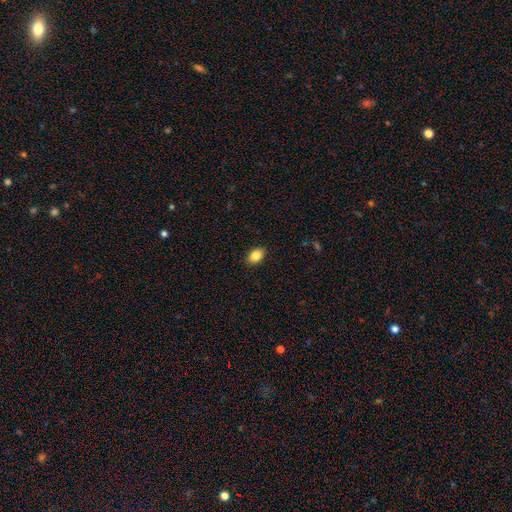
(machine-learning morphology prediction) Smooth or featured?
  - smooth: 86% *
  - star or artifact: 8%
  - featured or disk: 6%
How rounded?
  - in between: 83% *
  - round: 16%
  - cigar-shaped: 1%
Merging?
  - none: 89% *
  - minor disturbance: 8%
  - major disturbance: 2%
  - merger: 1%